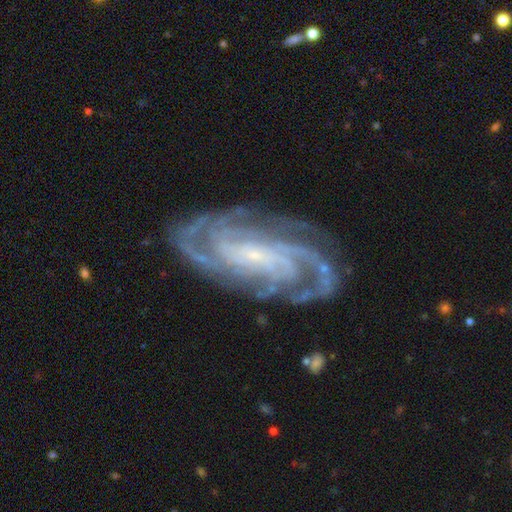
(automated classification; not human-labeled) Q: Smooth or featured?
A: featured or disk (91%); runner-up: star or artifact (5%)
Q: Edge-on disk?
A: no (96%); runner-up: yes (4%)
Q: Bar?
A: no (51%); runner-up: weak (32%)
Q: Spiral arms?
A: yes (98%); runner-up: no (2%)
Q: Spiral winding?
A: tight (67%); runner-up: medium (29%)
Q: Spiral arm count?
A: 4 (31%); runner-up: 3 (20%)
Q: Bulge size?
A: small (78%); runner-up: moderate (13%)
Q: Merging?
A: none (79%); runner-up: minor disturbance (14%)